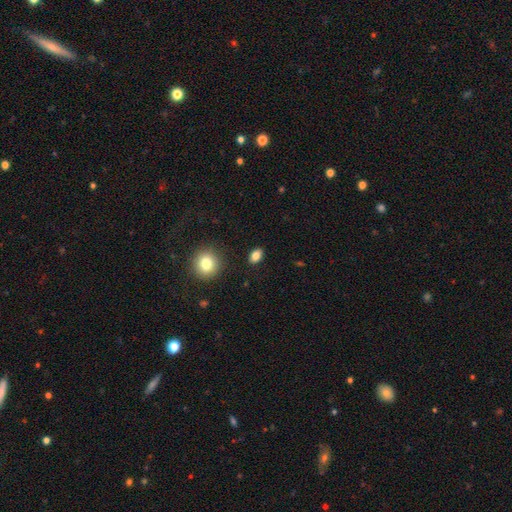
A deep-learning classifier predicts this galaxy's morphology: A smooth galaxy with no disk features (83%) that is in between round and cigar-shaped (78%).

Vote fractions:
- Smooth or featured? smooth: 83% / star or artifact: 10% / featured or disk: 7%
- How rounded? in between: 78% / round: 20% / cigar-shaped: 2%
- Merging? none: 88% / minor disturbance: 8% / major disturbance: 2% / merger: 1%